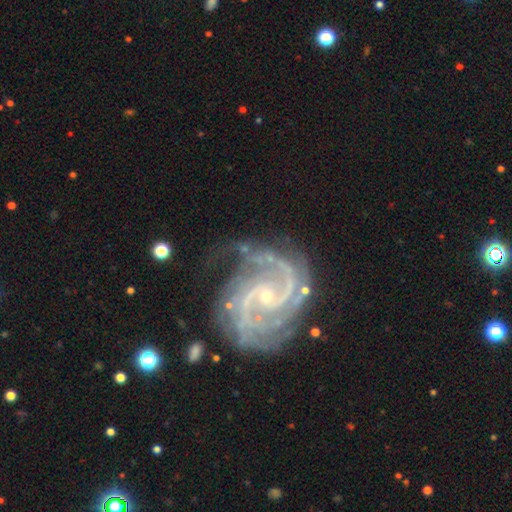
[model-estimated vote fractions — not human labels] This appears to be a featured or disk galaxy (93%) with no bar (54%), 2 (68%) medium (50%) spiral arms (99%) and a small central bulge (80%). Merging: none (65%).